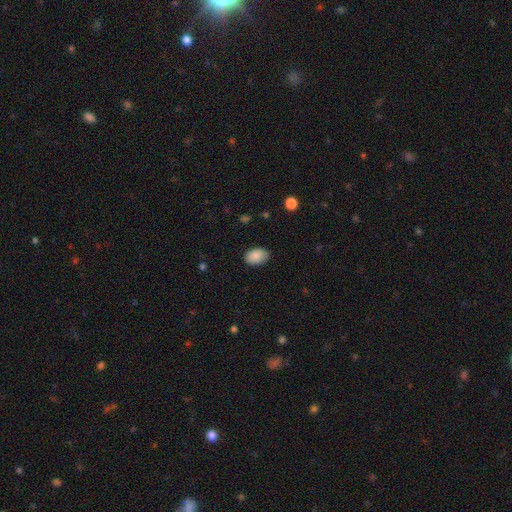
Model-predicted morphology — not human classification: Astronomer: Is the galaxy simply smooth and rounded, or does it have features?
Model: smooth — 88%.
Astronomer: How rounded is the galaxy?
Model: in between — 86%.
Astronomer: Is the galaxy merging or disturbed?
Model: none — 84%.